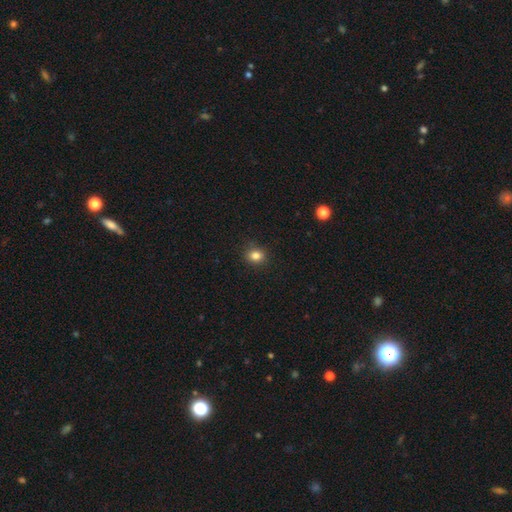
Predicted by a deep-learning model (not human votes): This is clearly a smooth galaxy (83%). How rounded: likely round (67%). Merging: clearly none (89%).